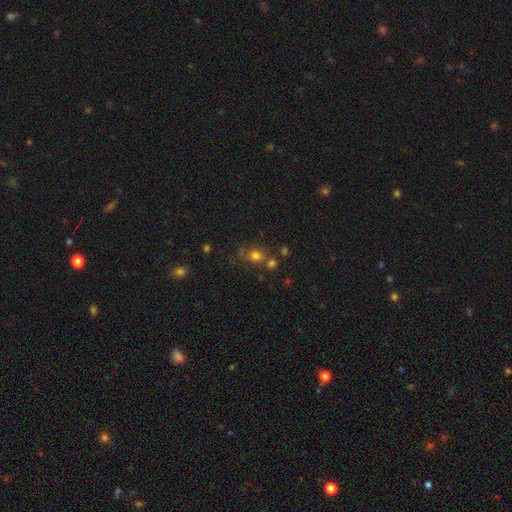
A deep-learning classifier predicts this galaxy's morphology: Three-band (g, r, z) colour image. It shows a smooth galaxy with no disk features (70%) that is round (72%). Merging: none (55%).